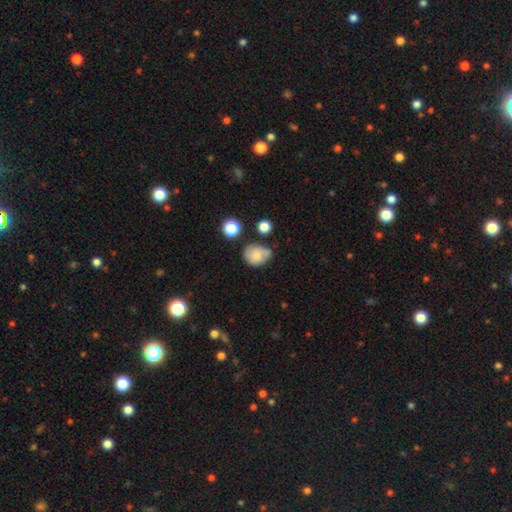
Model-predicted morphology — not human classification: A smooth galaxy with no disk features (74%) that is round (51%).

Vote fractions:
- Smooth or featured? smooth: 74% / featured or disk: 16% / star or artifact: 10%
- How rounded? round: 51% / in between: 48% / cigar-shaped: 1%
- Merging? none: 47% / minor disturbance: 34% / major disturbance: 10% / merger: 8%